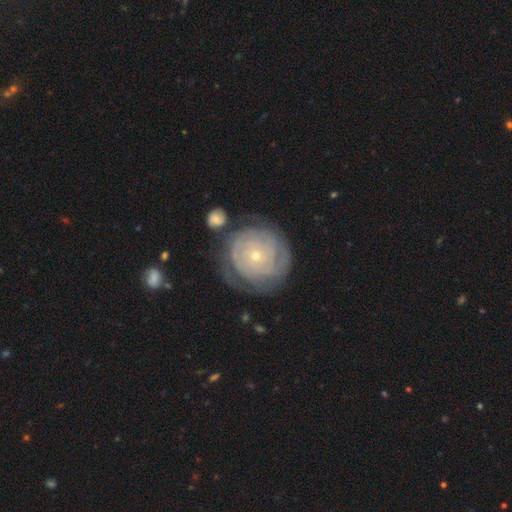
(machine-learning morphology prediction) Smooth or featured?
  - featured or disk: 74% *
  - smooth: 19%
  - star or artifact: 6%
Edge-on disk?
  - no: 97% *
  - yes: 3%
Bar?
  - no: 86% *
  - weak: 11%
  - strong: 3%
Spiral arms?
  - yes: 83% *
  - no: 17%
Spiral winding?
  - tight: 84% *
  - medium: 12%
  - loose: 4%
Spiral arm count?
  - can't tell: 51% *
  - 2: 15%
  - 3: 12%
  - 4: 9%
  - more than 4: 6%
  - 1: 6%
Bulge size?
  - small: 81% *
  - moderate: 16%
  - large: 1%
  - none: 1%
  - dominant: 1%
Merging?
  - none: 70% *
  - minor disturbance: 18%
  - major disturbance: 8%
  - merger: 4%